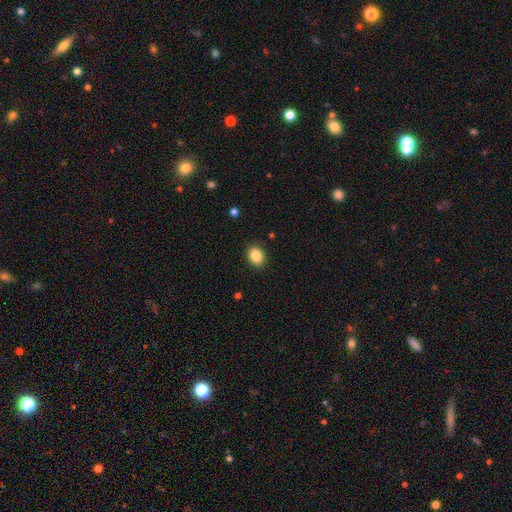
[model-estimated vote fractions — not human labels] Smooth or featured? smooth (87%)
How rounded? in between (52%)
Merging? none (89%)